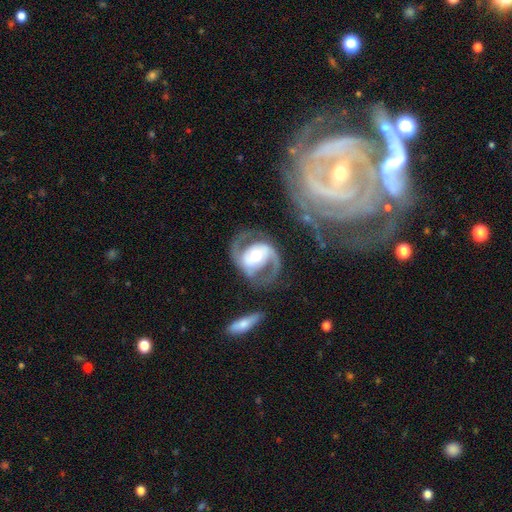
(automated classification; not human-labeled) A featured or disk galaxy (87%) with no bar (42%), 2 (91%) medium (56%) spiral arms (93%) and a moderate central bulge (68%). Merging: none (72%).